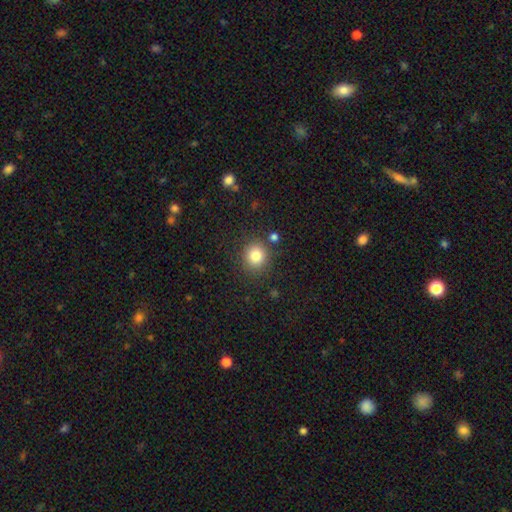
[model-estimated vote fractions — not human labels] A smooth galaxy with no disk features (83%) that is round (85%). Merging: none (84%).